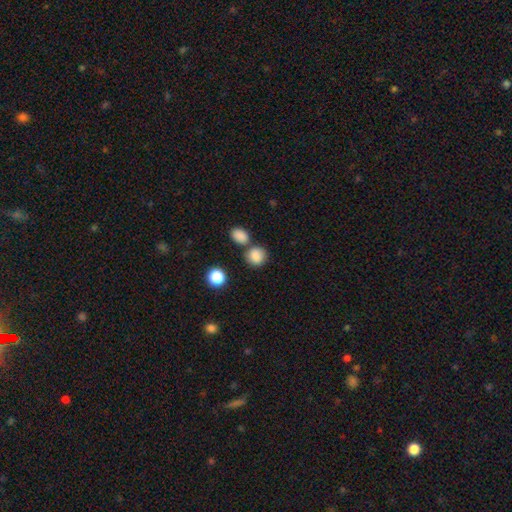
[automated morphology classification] Smooth or featured: smooth — 85% (star or artifact — 10%)
How rounded: round — 81% (in between — 18%)
Merging: none — 68% (merger — 19%)